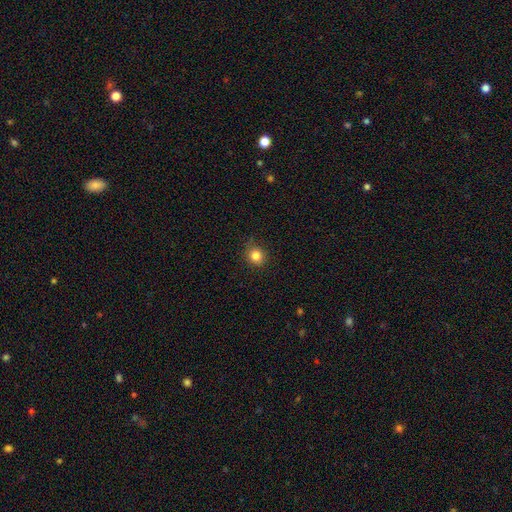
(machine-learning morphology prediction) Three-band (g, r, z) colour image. It shows a smooth galaxy with no disk features (83%) that is round (83%). Merging: none (81%).